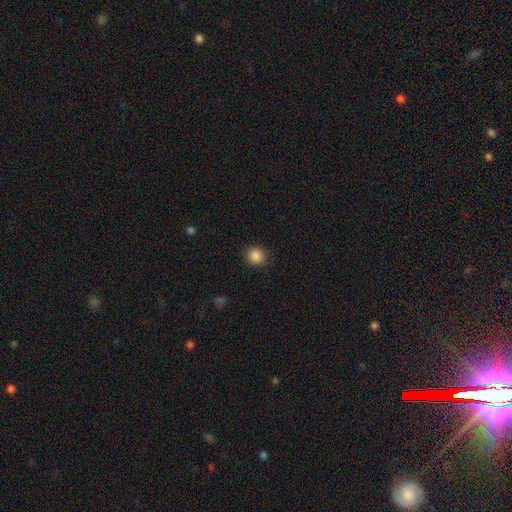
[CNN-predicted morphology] This appears to be a smooth galaxy with no disk features (87%) that is round (88%). Merging: none (89%).